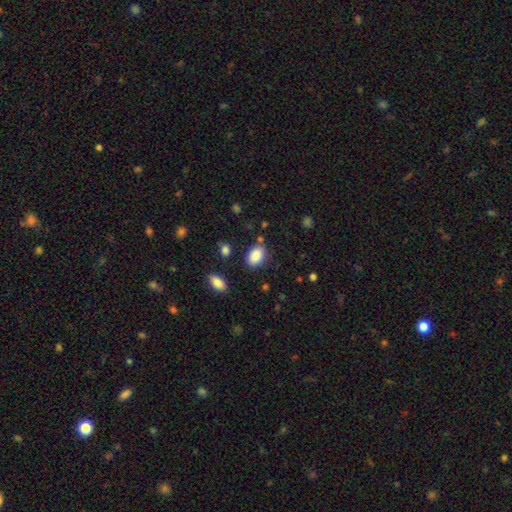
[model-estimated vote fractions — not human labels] Overall: smooth (88%). How rounded: in between (81%). Merging: none (78%).